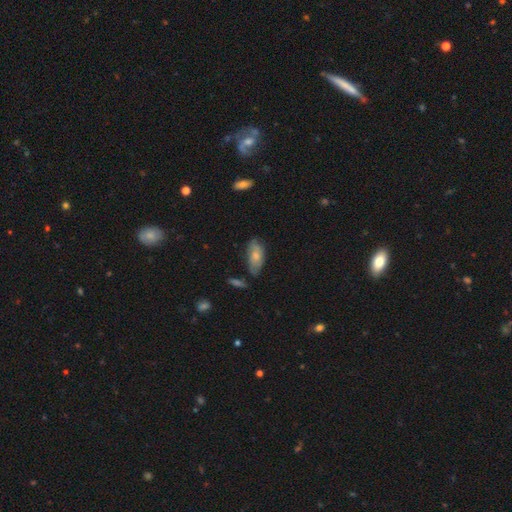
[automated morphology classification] Smooth or featured? Predicted: smooth (p=0.64). How rounded? Predicted: in between (p=0.88). Merging? Predicted: none (p=0.62).